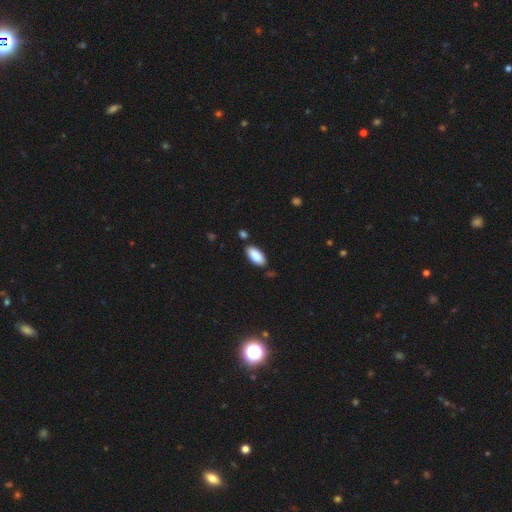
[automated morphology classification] smooth 89%, star or artifact 6%, featured or disk 4%. Down the decision tree: how rounded — in between (90%); merging — none (81%).